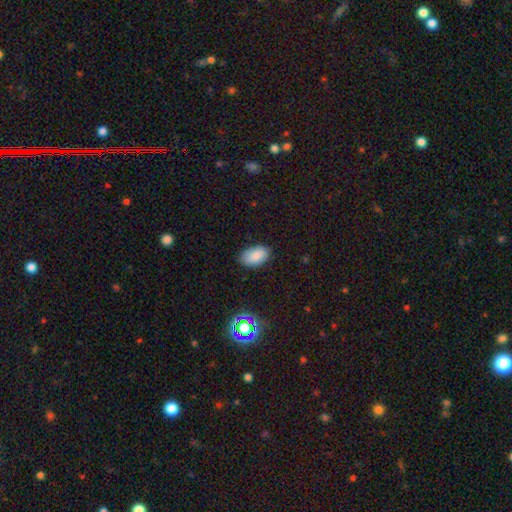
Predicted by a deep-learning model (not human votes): The model was most divided on "merging": none: 80%, minor disturbance: 15%, major disturbance: 3%, merger: 1%. More confident: how rounded — in between (93%); smooth or featured — smooth (85%).